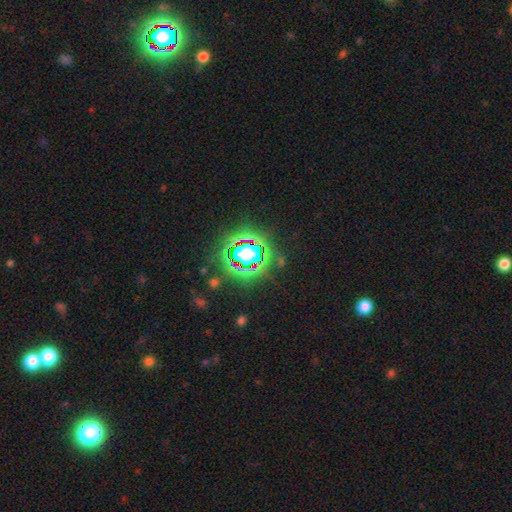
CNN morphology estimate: smooth-or-featured: star or artifact: 81% | smooth: 12% | featured or disk: 8%